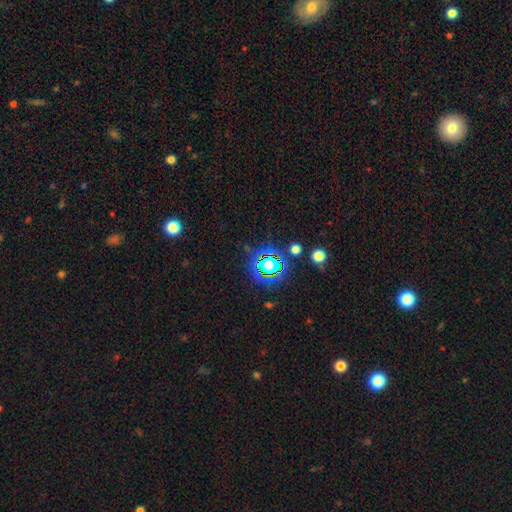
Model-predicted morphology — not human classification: Smooth or featured?
  - star or artifact: 69% *
  - smooth: 21%
  - featured or disk: 10%